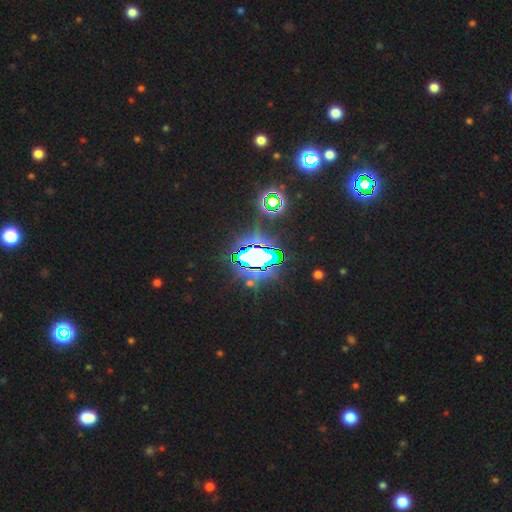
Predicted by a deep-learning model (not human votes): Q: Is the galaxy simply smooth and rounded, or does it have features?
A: star or artifact — 74%.